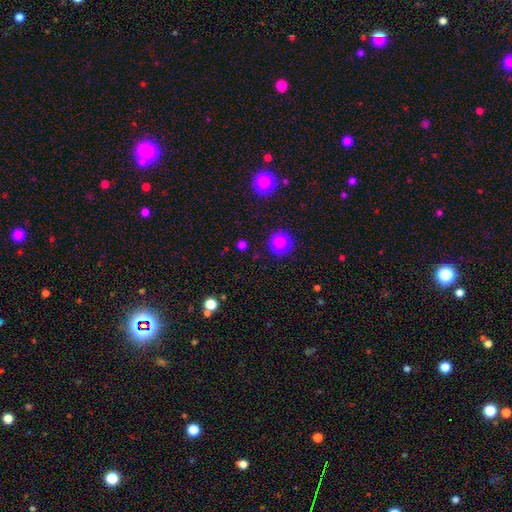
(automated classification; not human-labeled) A smooth galaxy with no disk features (57%) that is round (89%). Merging: none (84%).